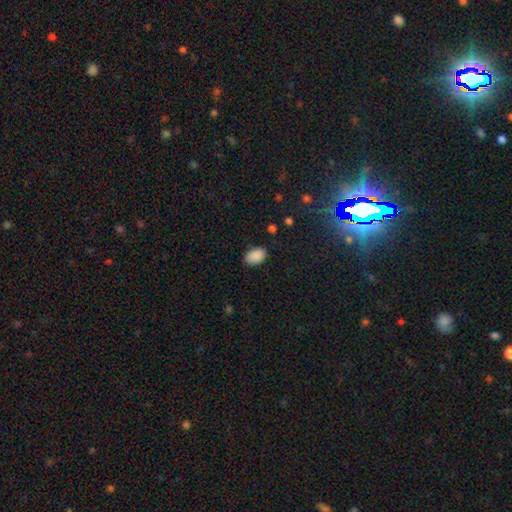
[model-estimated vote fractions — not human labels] A smooth galaxy with no disk features (89%) that is in between round and cigar-shaped (89%).

Vote fractions:
- Smooth or featured? smooth: 89% / star or artifact: 8% / featured or disk: 3%
- How rounded? in between: 89% / round: 9% / cigar-shaped: 1%
- Merging? none: 84% / minor disturbance: 12% / major disturbance: 3% / merger: 1%